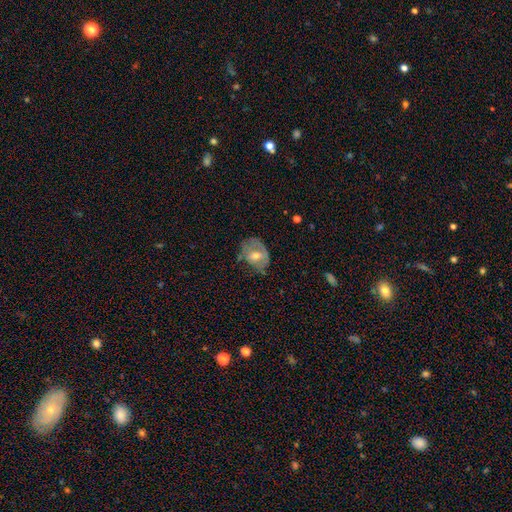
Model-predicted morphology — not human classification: Smooth or featured: smooth — 46% (tied with featured or disk — 46%)
Merging: none — 46% (minor disturbance — 32%)